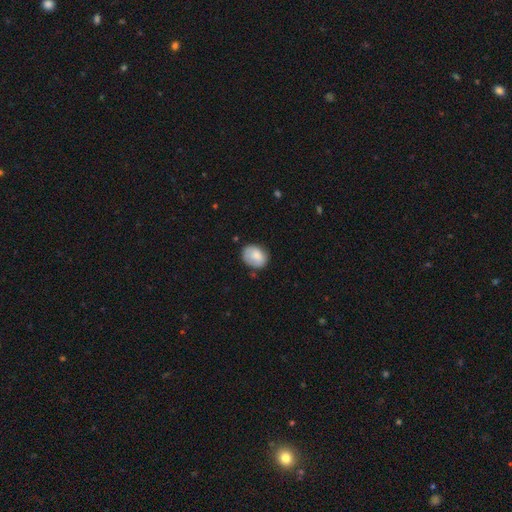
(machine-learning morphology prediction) Smooth or featured?
  - smooth: 80% *
  - featured or disk: 13%
  - star or artifact: 7%
How rounded?
  - in between: 57% *
  - round: 42%
  - cigar-shaped: 1%
Merging?
  - none: 71% *
  - minor disturbance: 22%
  - major disturbance: 5%
  - merger: 2%